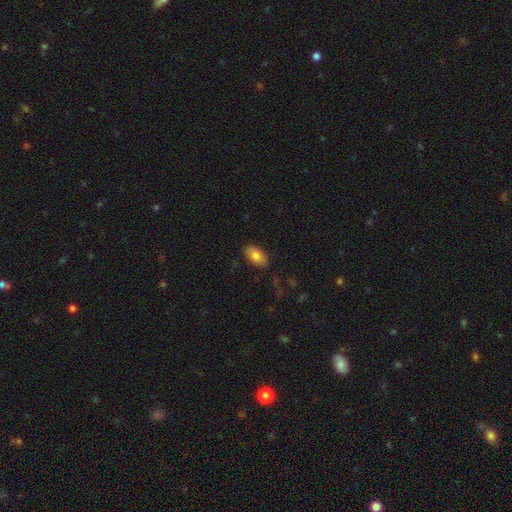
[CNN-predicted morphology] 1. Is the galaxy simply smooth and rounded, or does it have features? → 82% smooth, 10% featured or disk, 7% star or artifact.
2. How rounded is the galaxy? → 92% in between, 4% round, 4% cigar-shaped.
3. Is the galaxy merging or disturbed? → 84% none, 12% minor disturbance, 3% major disturbance, 1% merger.